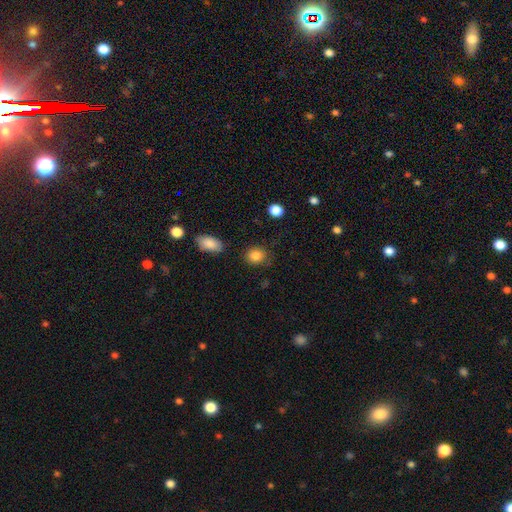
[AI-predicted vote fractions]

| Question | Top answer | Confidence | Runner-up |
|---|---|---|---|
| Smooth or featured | smooth | 86% | star or artifact (9%) |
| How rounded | round | 68% | in between (31%) |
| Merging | none | 78% | minor disturbance (15%) |